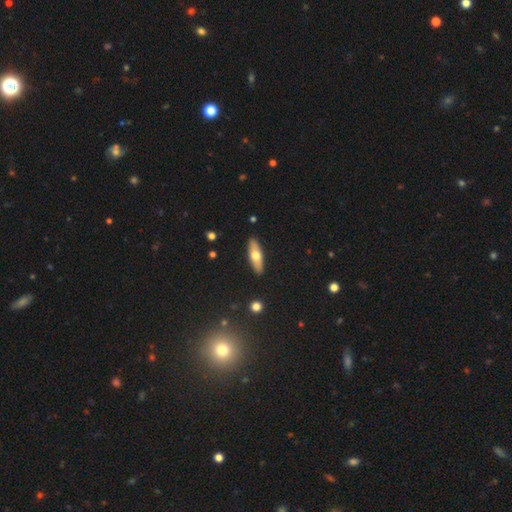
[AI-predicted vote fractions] A smooth galaxy with no disk features (58%) that is in between round and cigar-shaped (51%). Merging: none (90%).